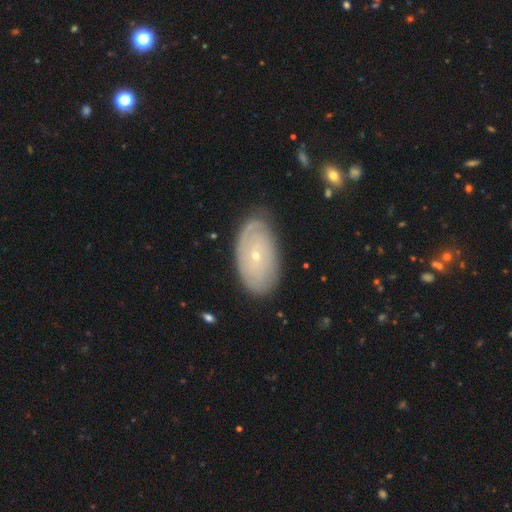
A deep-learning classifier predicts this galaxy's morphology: Smooth or featured? featured or disk (66%)
Edge-on disk? no (93%)
Bar? no (83%)
Spiral arms? yes (75%)
Bulge size? small (79%)
Merging? none (76%)